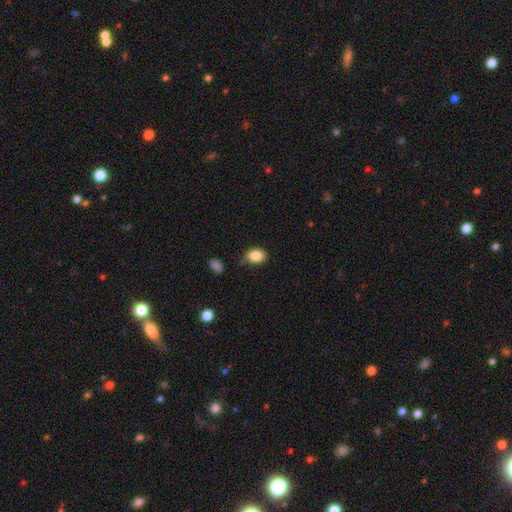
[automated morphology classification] Smooth or featured: smooth — 85% (star or artifact — 9%)
How rounded: in between — 73% (round — 26%)
Merging: none — 69% (minor disturbance — 22%)